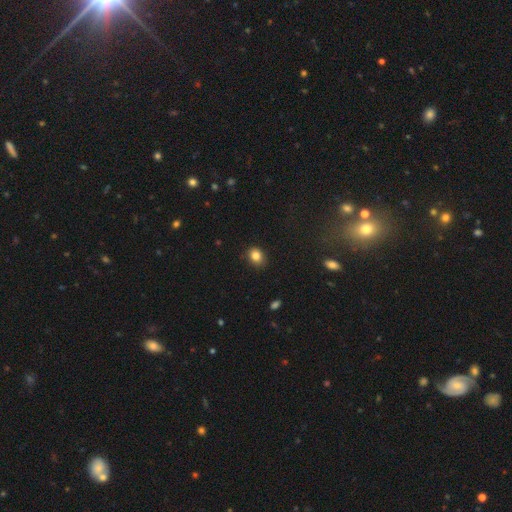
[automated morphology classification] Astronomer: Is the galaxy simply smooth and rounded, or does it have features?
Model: smooth — 84%.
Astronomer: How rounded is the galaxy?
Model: round — 58% (runner-up: in between, 41%).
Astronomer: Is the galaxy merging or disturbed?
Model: none — 85%.